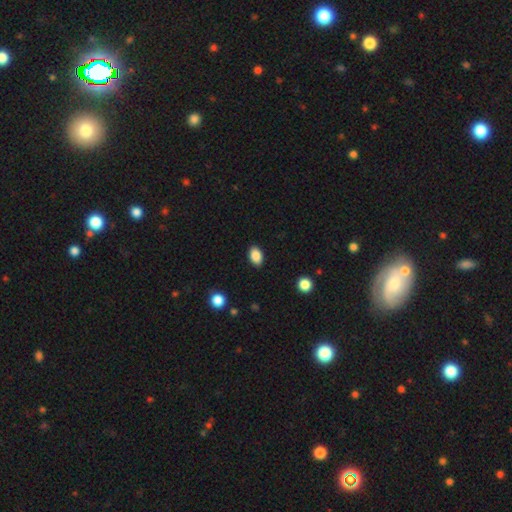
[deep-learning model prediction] smooth-or-featured: smooth: 88% | star or artifact: 8% | featured or disk: 4%
  how-rounded: in between: 87% | round: 11% | cigar-shaped: 1%
  merging: none: 89% | minor disturbance: 8% | major disturbance: 2% | merger: 1%